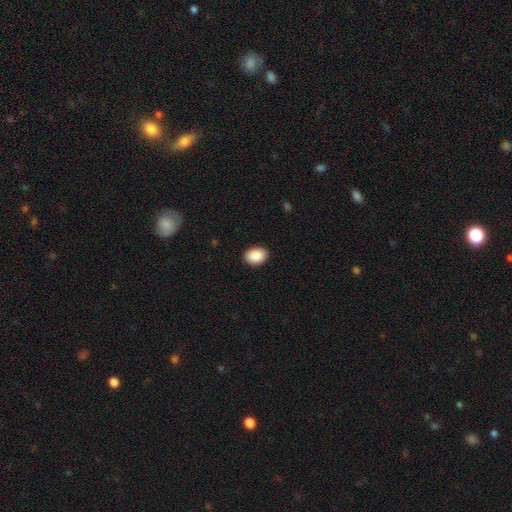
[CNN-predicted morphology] smooth 91%, star or artifact 7%, featured or disk 3%. Down the decision tree: how rounded — in between (77%); merging — none (90%).